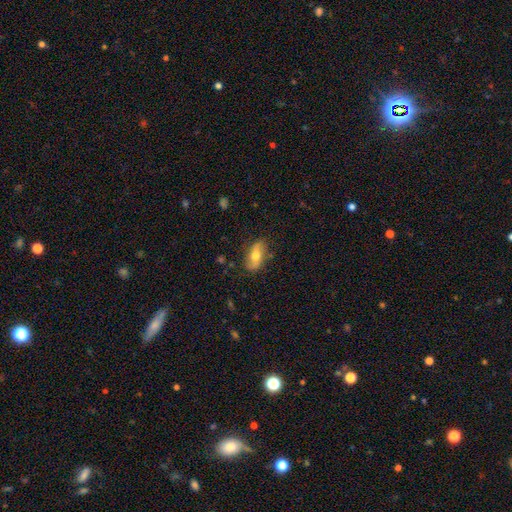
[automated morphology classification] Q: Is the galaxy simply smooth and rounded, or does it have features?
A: smooth — 47%.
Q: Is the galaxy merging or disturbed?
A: none — 78%.